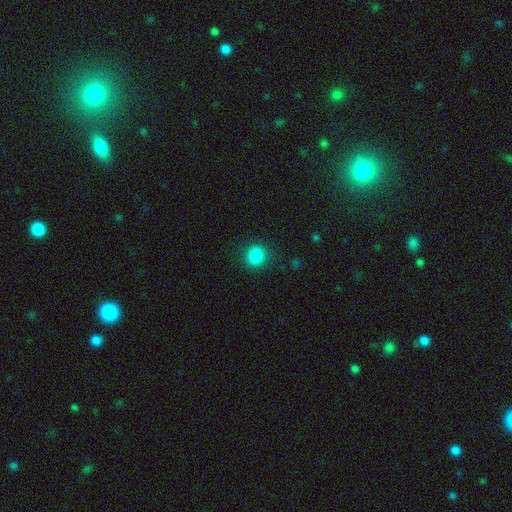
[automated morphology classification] type=smooth (86%); roundness=round (85%); merging=none (88%).